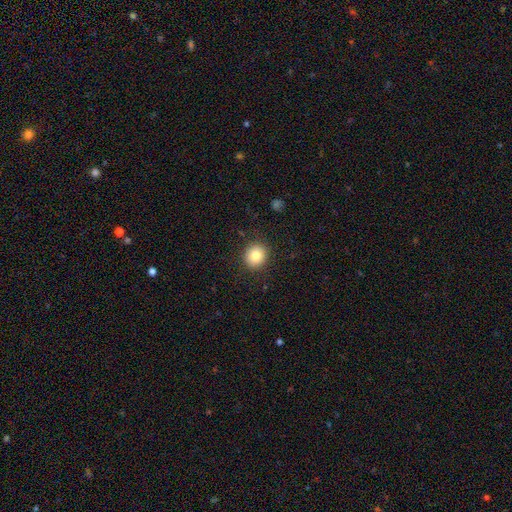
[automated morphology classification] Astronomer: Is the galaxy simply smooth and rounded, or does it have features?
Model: smooth — 82%.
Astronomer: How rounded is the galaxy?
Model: round — 85%.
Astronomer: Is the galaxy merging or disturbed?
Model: none — 89%.